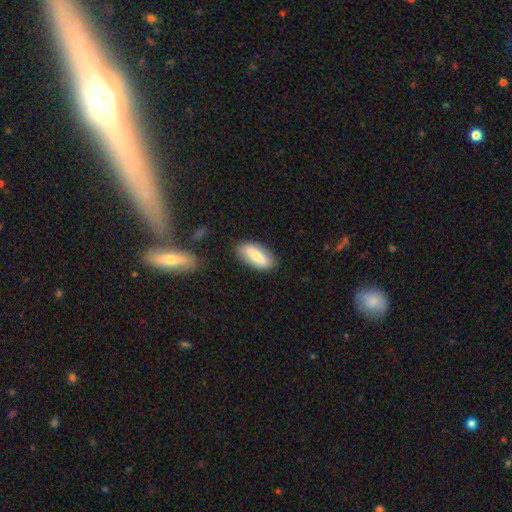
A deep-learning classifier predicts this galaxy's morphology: Overall: smooth (64%; featured or disk 30%). How rounded: in between (80%). Merging: none (83%).